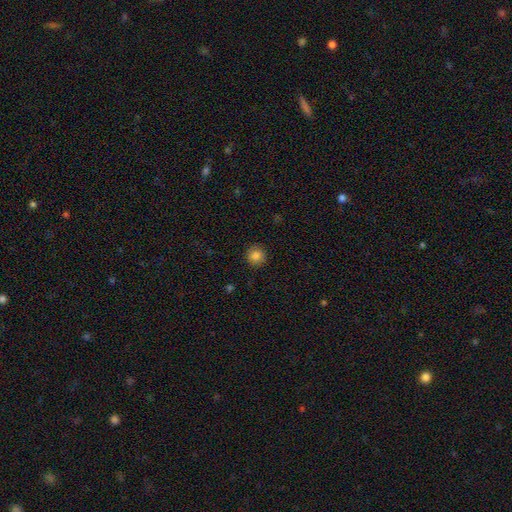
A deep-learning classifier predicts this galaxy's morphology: type=smooth (84%); roundness=round (93%); merging=none (90%).